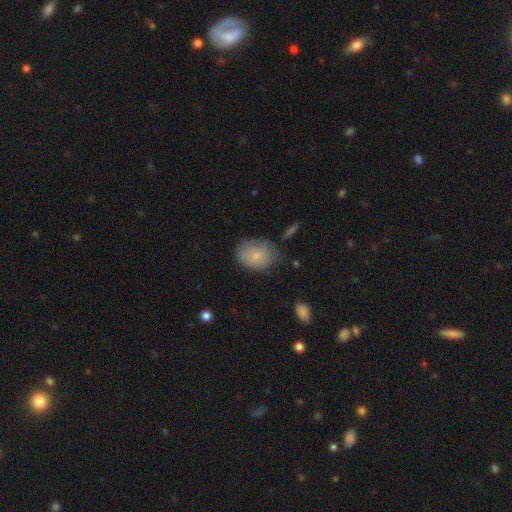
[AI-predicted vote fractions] smooth-or-featured: smooth: 78% | featured or disk: 14% | star or artifact: 8%
  how-rounded: in between: 63% | round: 36% | cigar-shaped: 1%
  merging: none: 58% | minor disturbance: 30% | major disturbance: 9% | merger: 3%